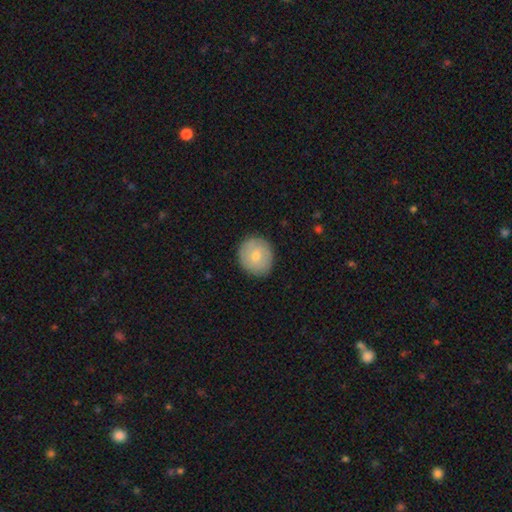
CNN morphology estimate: The model was most divided on "smooth or featured": smooth: 68%, featured or disk: 26%, star or artifact: 6%. More confident: merging — none (87%); how rounded — round (86%).